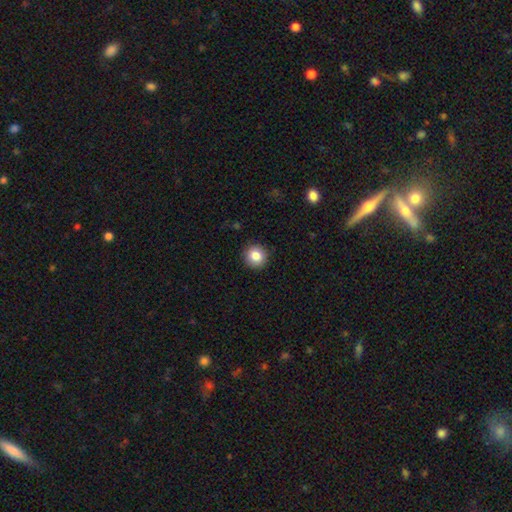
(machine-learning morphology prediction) This appears to be a smooth galaxy with no disk features (84%) that is round (94%). Merging: none (91%).